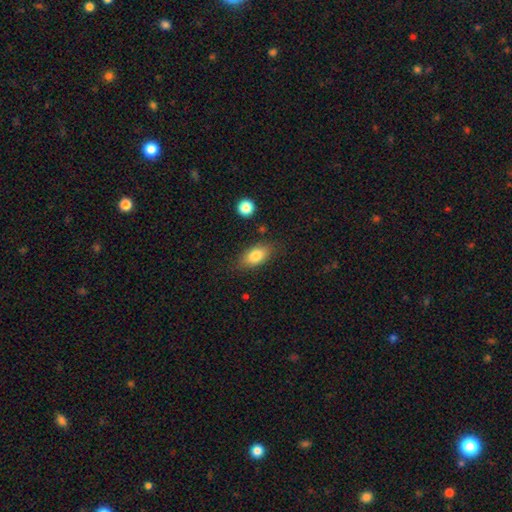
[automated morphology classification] Overall: smooth (81%). How rounded: in between (89%). Merging: none (80%).